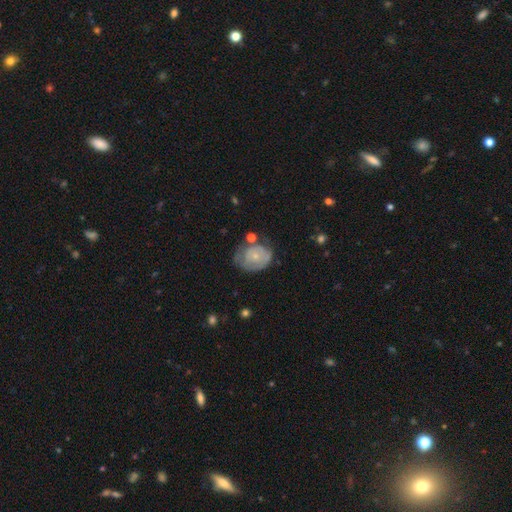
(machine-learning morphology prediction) A smooth galaxy with no disk features (47%).

Vote fractions:
- Smooth or featured? smooth: 47% / featured or disk: 46% / star or artifact: 7%
- Merging? none: 44% / minor disturbance: 32% / major disturbance: 19% / merger: 6%